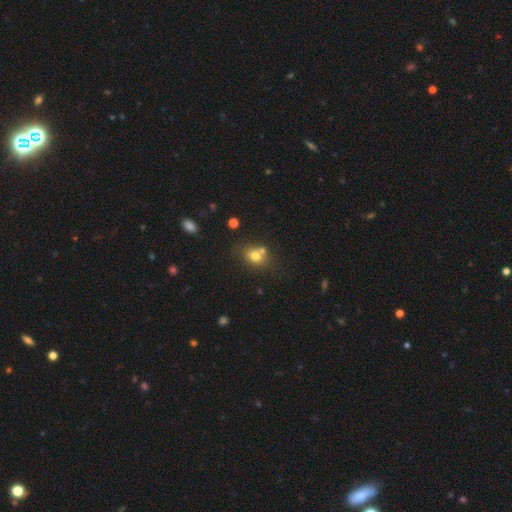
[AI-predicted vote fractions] Overall: smooth (74%). How rounded: round (57%; in between 42%). Merging: none (55%; merger 28%).